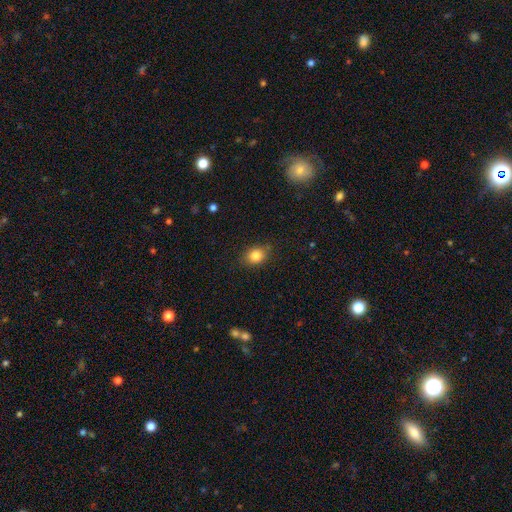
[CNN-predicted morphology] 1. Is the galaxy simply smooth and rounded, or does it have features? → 83% smooth, 10% star or artifact, 7% featured or disk.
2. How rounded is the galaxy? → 51% in between, 48% round, 1% cigar-shaped.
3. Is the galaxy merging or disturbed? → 82% none, 13% minor disturbance, 3% major disturbance, 1% merger.